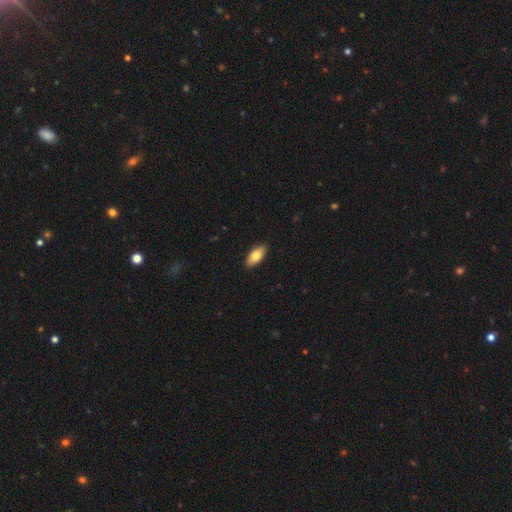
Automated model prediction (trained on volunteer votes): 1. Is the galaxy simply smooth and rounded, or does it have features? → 79% smooth, 15% featured or disk, 6% star or artifact.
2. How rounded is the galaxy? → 90% in between, 7% cigar-shaped, 3% round.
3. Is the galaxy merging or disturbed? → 90% none, 8% minor disturbance, 2% major disturbance, 1% merger.